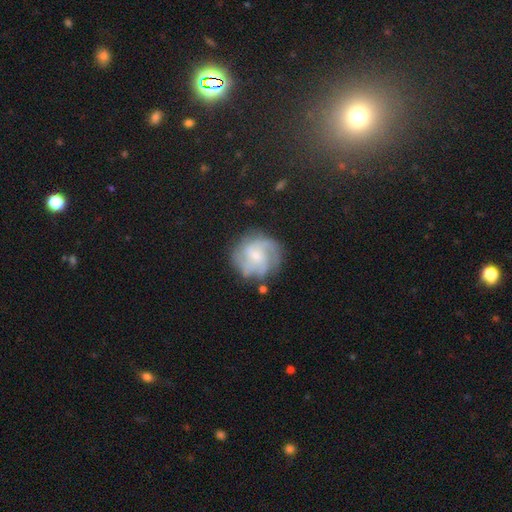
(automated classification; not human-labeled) Overall: featured or disk (75%). Edge-on disk: no (98%). Bar: no (55%; weak 38%). Spiral arms: yes (92%). Spiral arm count: 3 (32%; can't tell 24%). Spiral winding: medium (46%; tight 37%). Bulge size: small (68%). Merging: none (70%).